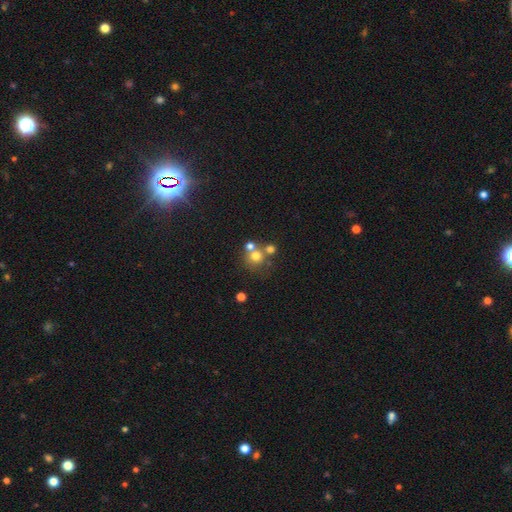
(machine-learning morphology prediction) type=smooth (67%); roundness=round (88%); merging=none (52%).